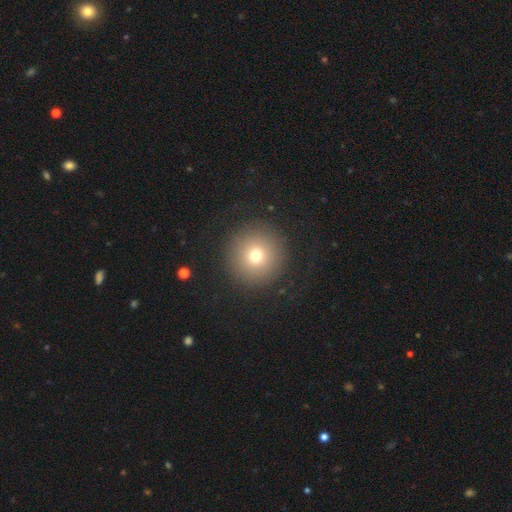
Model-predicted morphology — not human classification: This is likely a smooth galaxy (72%). How rounded: clearly round (96%). Merging: clearly none (90%).